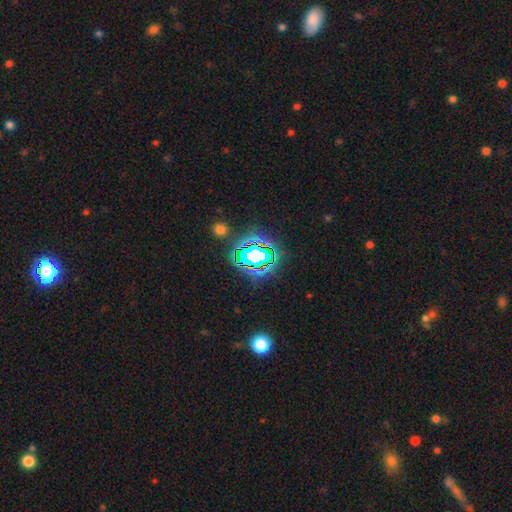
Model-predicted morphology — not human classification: The model was most divided on "smooth or featured": star or artifact: 68%, smooth: 19%, featured or disk: 13%.